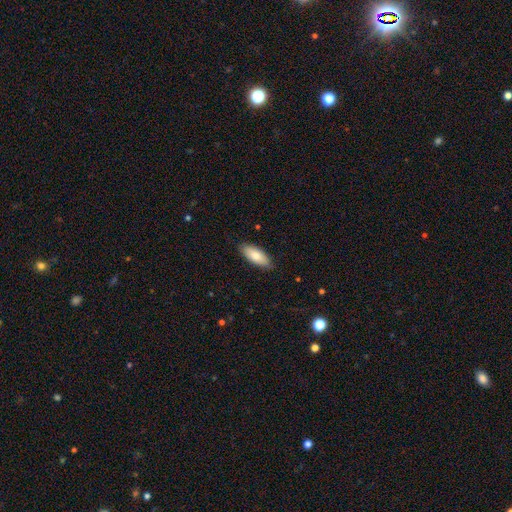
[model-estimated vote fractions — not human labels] Q: Smooth or featured?
A: smooth (79%); runner-up: featured or disk (15%)
Q: How rounded?
A: in between (81%); runner-up: cigar-shaped (17%)
Q: Merging?
A: none (87%); runner-up: minor disturbance (10%)